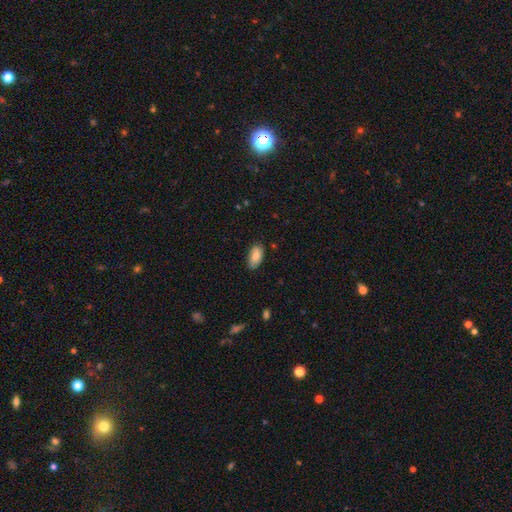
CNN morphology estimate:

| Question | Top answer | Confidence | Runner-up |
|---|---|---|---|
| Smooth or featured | smooth | 86% | featured or disk (7%) |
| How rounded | in between | 92% | cigar-shaped (5%) |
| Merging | none | 80% | minor disturbance (16%) |